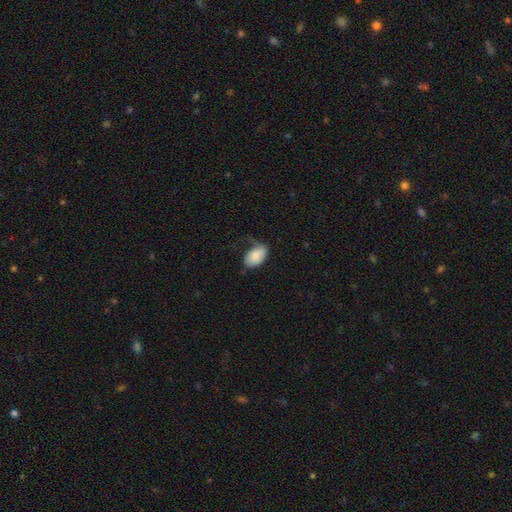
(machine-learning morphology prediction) Smooth or featured? smooth (81%)
How rounded? in between (93%)
Merging? none (39%)